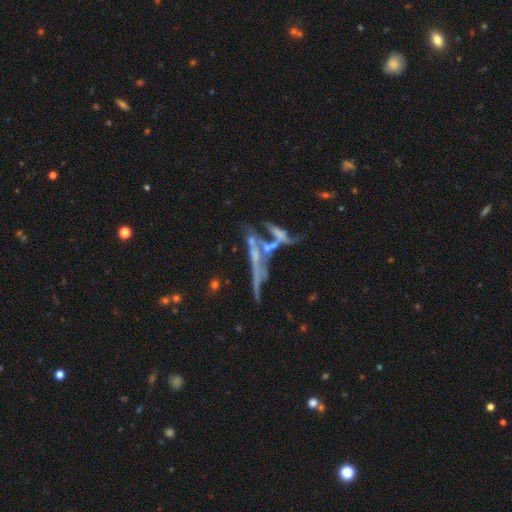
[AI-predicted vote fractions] Q: Smooth or featured?
A: featured or disk (63%); runner-up: smooth (20%)
Q: Edge-on disk?
A: yes (71%); runner-up: no (29%)
Q: Merging?
A: merger (40%); runner-up: none (36%)